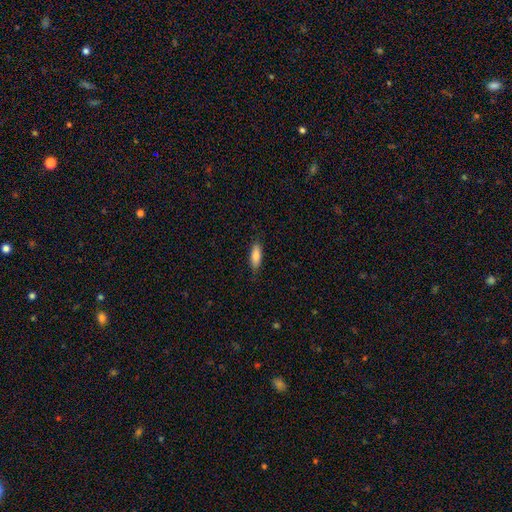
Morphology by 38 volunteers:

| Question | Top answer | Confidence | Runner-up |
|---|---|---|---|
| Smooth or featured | smooth | 79% | featured or disk (16%) |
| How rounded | cigar-shaped | 57% | in between (37%) |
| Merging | none | 83% | minor disturbance (8%) |